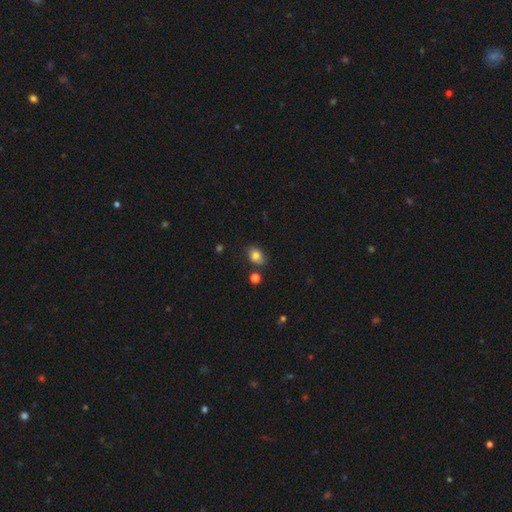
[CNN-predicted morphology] Overall: smooth (81%). How rounded: in between (73%). Merging: none (75%).